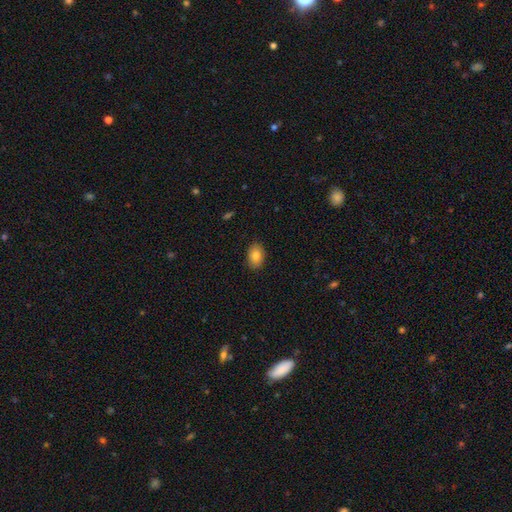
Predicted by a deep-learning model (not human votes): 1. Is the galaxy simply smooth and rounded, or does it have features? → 84% smooth, 9% featured or disk, 8% star or artifact.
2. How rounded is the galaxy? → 82% in between, 17% round, 1% cigar-shaped.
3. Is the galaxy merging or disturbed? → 88% none, 9% minor disturbance, 2% major disturbance, 1% merger.